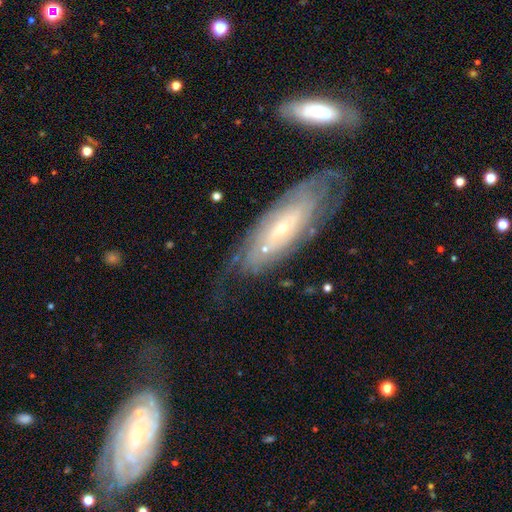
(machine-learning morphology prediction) A featured or disk galaxy (75%) with no bar (66%), tight (70%) spiral arms (85%) and a small central bulge (75%). Merging: none (63%).